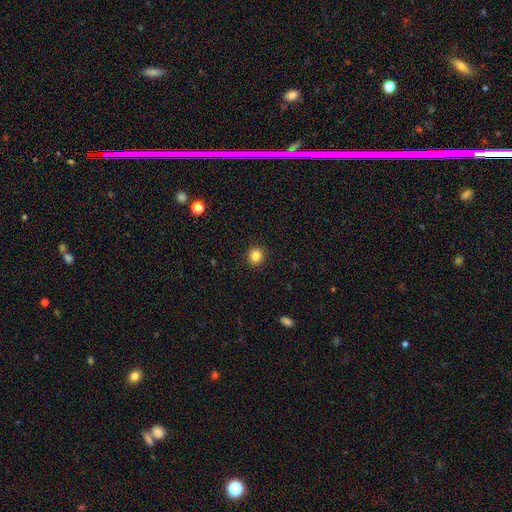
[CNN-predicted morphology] smooth-or-featured: smooth: 84% | star or artifact: 11% | featured or disk: 4%
  how-rounded: round: 91% | in between: 8% | cigar-shaped: 1%
  merging: none: 92% | minor disturbance: 5% | major disturbance: 2% | merger: 1%